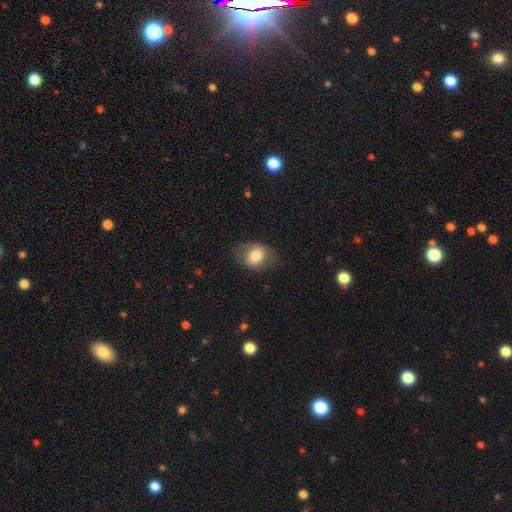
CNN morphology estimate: The model was most divided on "how rounded": in between: 60%, round: 39%, cigar-shaped: 1%. More confident: smooth or featured — smooth (73%); merging — none (72%).